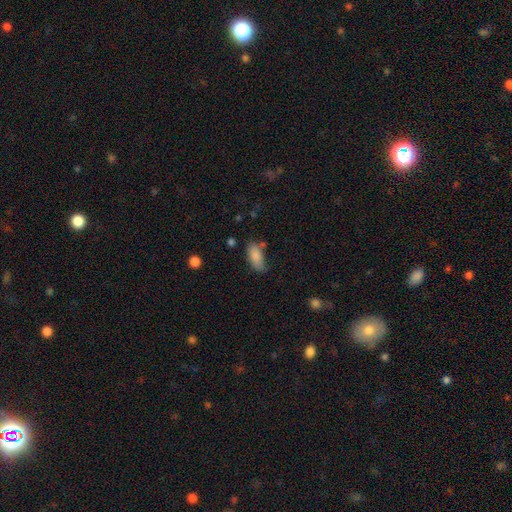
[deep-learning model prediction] smooth_or_featured: smooth (p=0.86) [alt: star or artifact p=0.07]
how_rounded: in between (p=0.85) [alt: cigar-shaped p=0.13]
merging: none (p=0.64) [alt: minor disturbance p=0.24]